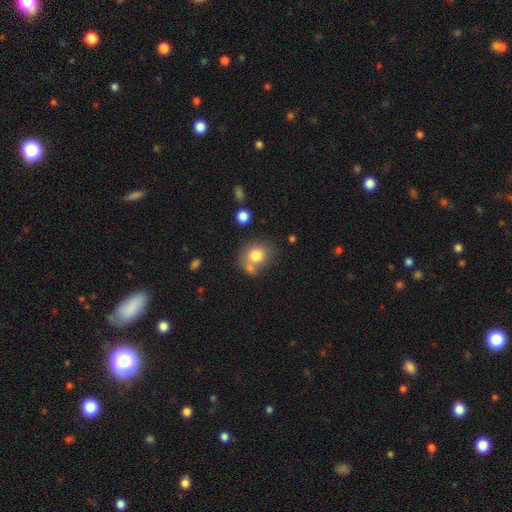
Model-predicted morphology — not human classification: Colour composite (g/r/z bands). It shows a smooth galaxy with no disk features (78%) that is round (72%). Merging: none (52%).